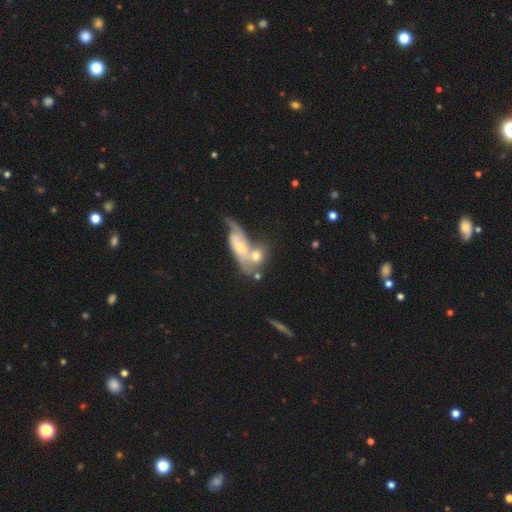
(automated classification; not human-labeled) Overall: smooth (52%; featured or disk 40%). How rounded: in between (53%; round 37%). Merging: merger (60%; none 22%).